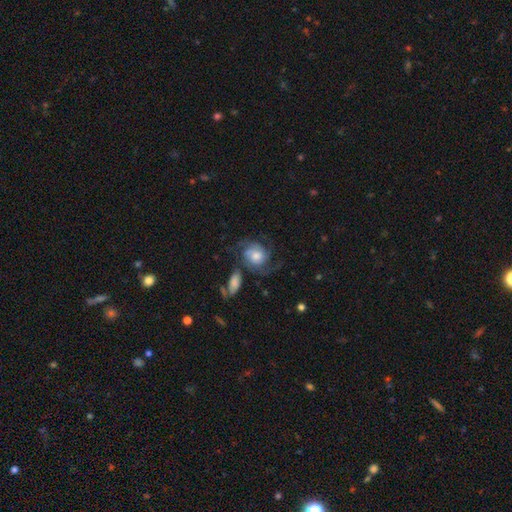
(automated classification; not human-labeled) Smooth or featured? featured or disk (77%)
Edge-on disk? no (97%)
Bar? no (71%)
Spiral arms? yes (94%)
Spiral winding? medium (45%)
Spiral arm count? 2 (56%)
Bulge size? moderate (48%)
Merging? none (55%)